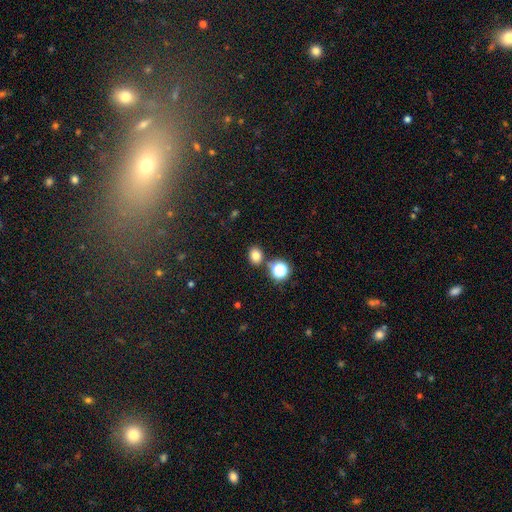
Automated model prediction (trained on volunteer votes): Smooth or featured: smooth — 77% (star or artifact — 17%)
How rounded: round — 53% (in between — 46%)
Merging: none — 78% (minor disturbance — 10%)